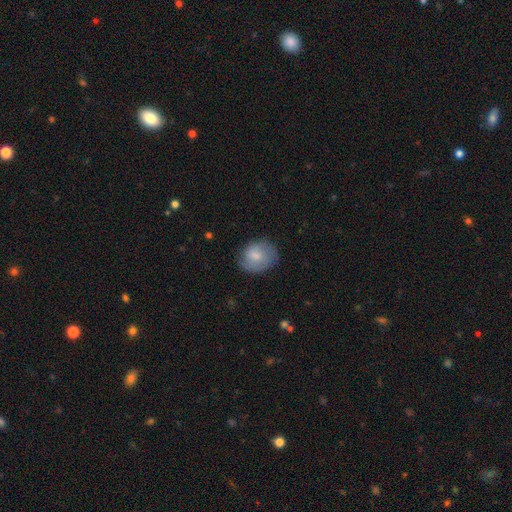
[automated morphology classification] Smooth or featured? Predicted: smooth (p=0.71). How rounded? Predicted: round (p=0.62). Merging? Predicted: none (p=0.70).